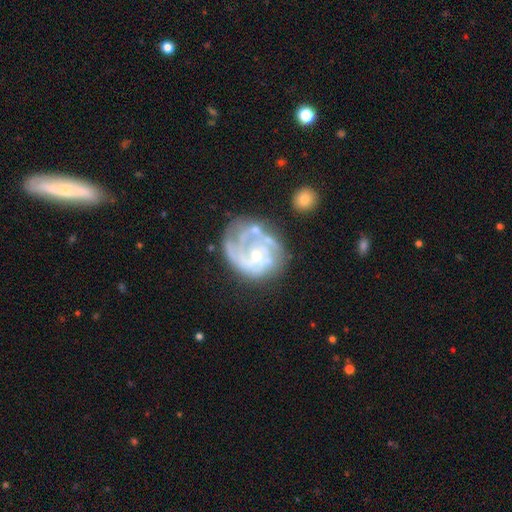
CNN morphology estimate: Smooth or featured? featured or disk (84%)
Edge-on disk? no (98%)
Bar? no (72%)
Spiral arms? yes (89%)
Spiral winding? tight (59%)
Spiral arm count? can't tell (32%)
Bulge size? small (55%)
Merging? none (50%)